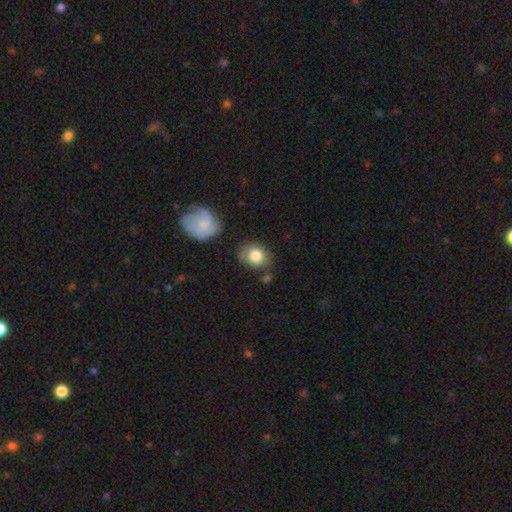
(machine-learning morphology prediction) smooth-or-featured: smooth: 82% | featured or disk: 10% | star or artifact: 8%
  how-rounded: round: 56% | in between: 43% | cigar-shaped: 1%
  merging: none: 68% | minor disturbance: 20% | merger: 7% | major disturbance: 5%